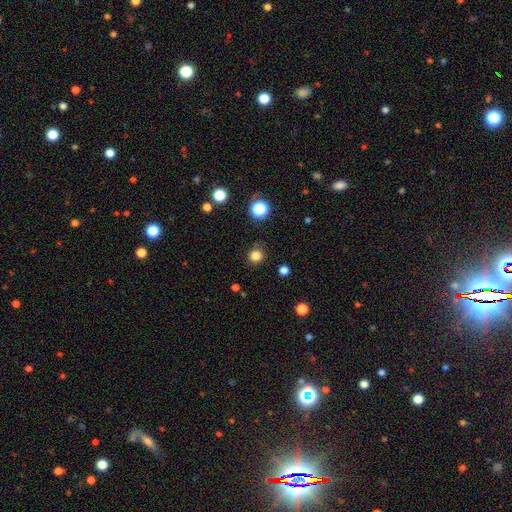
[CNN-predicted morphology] Q: Smooth or featured?
A: smooth (82%); runner-up: star or artifact (15%)
Q: How rounded?
A: round (92%); runner-up: in between (7%)
Q: Merging?
A: none (88%); runner-up: minor disturbance (8%)